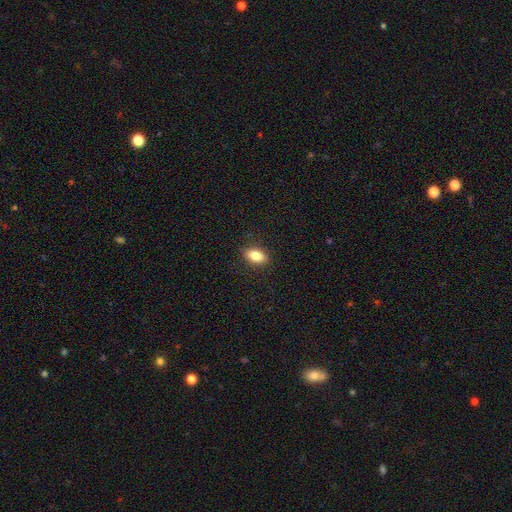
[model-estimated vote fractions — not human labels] Smooth or featured: smooth — 82% (featured or disk — 10%)
How rounded: in between — 87% (round — 7%)
Merging: none — 88% (minor disturbance — 9%)